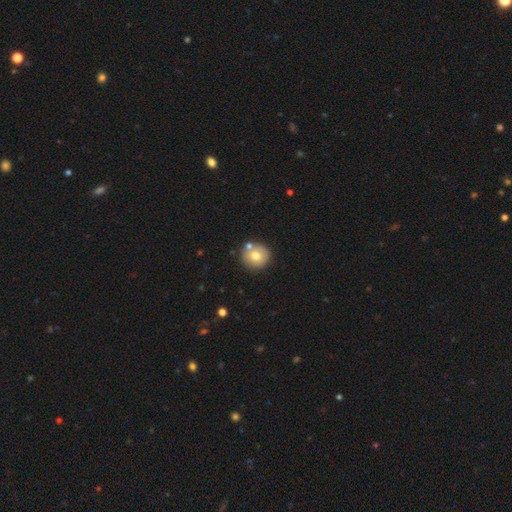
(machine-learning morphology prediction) smooth-or-featured: smooth: 74% | featured or disk: 16% | star or artifact: 10%
  how-rounded: round: 92% | in between: 7% | cigar-shaped: 1%
  merging: none: 74% | merger: 14% | minor disturbance: 10% | major disturbance: 2%